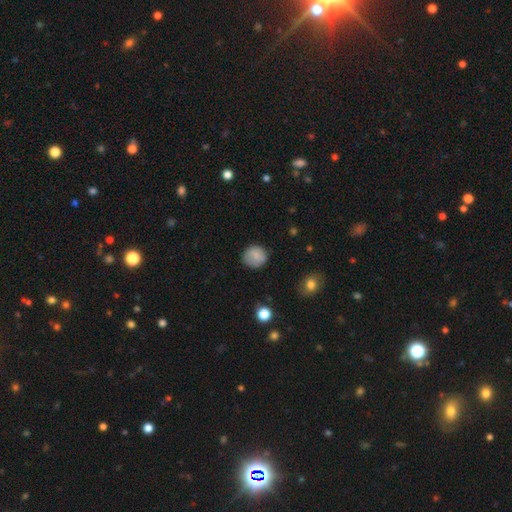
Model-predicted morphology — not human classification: Smooth or featured? smooth (80%)
How rounded? round (86%)
Merging? none (82%)